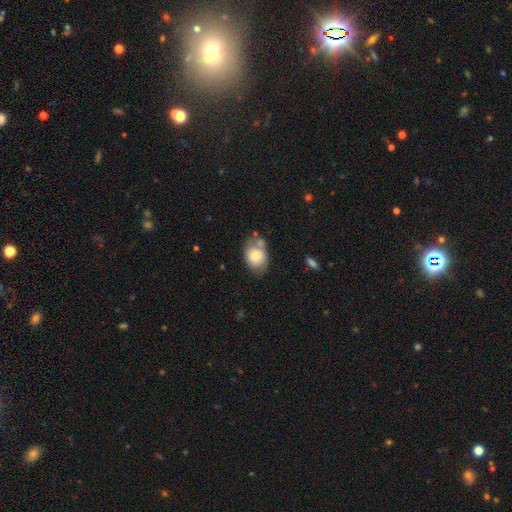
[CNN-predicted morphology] The model was most divided on "merging": none: 52%, minor disturbance: 25%, merger: 15%, major disturbance: 8%. More confident: smooth or featured — smooth (74%); how rounded — in between (67%).